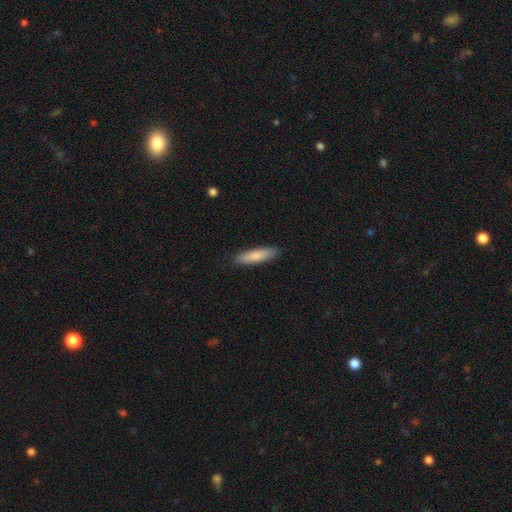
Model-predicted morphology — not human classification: A smooth galaxy with no disk features (82%) that is cigar-shaped (78%). Merging: none (89%).